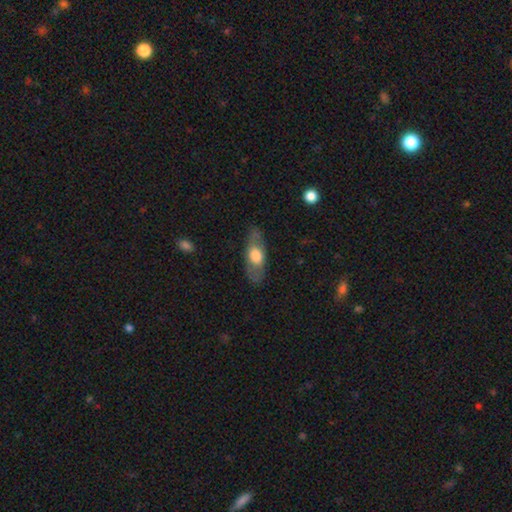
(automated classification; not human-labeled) smooth_or_featured: smooth (p=0.55) [alt: featured or disk p=0.39]
how_rounded: in between (p=0.73) [alt: cigar-shaped p=0.22]
merging: none (p=0.77) [alt: minor disturbance p=0.16]